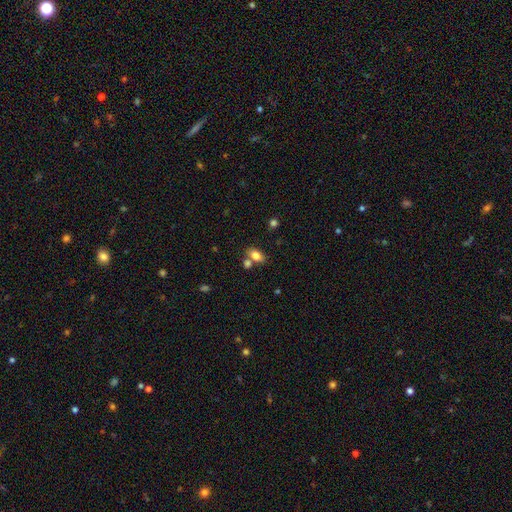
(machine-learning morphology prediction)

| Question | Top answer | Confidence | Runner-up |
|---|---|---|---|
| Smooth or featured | smooth | 79% | featured or disk (12%) |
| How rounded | in between | 86% | round (10%) |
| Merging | none | 57% | merger (27%) |